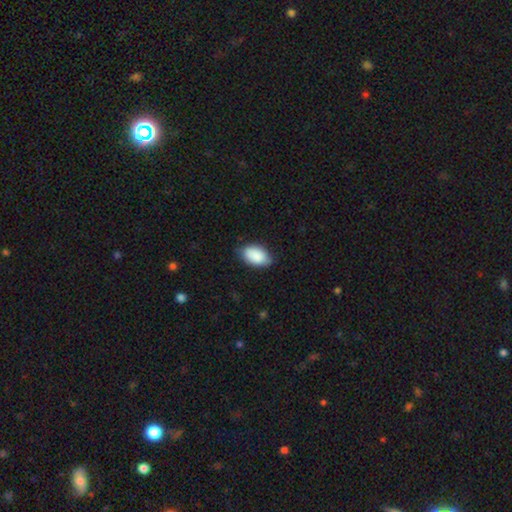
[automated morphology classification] smooth 88%, star or artifact 6%, featured or disk 5%. Down the decision tree: how rounded — in between (93%); merging — none (77%).